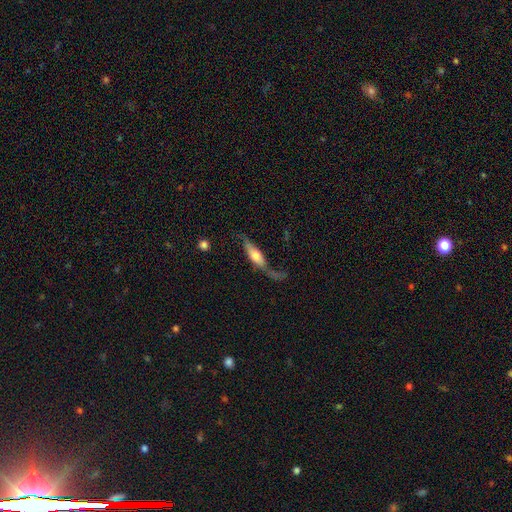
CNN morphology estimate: Smooth or featured? Predicted: featured or disk (p=0.49). Merging? Predicted: major disturbance (p=0.36).